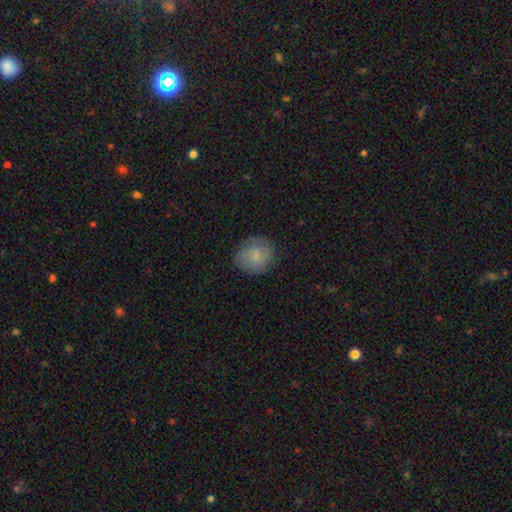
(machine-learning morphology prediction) Smooth or featured? Predicted: smooth (p=0.74). How rounded? Predicted: round (p=0.75). Merging? Predicted: none (p=0.77).